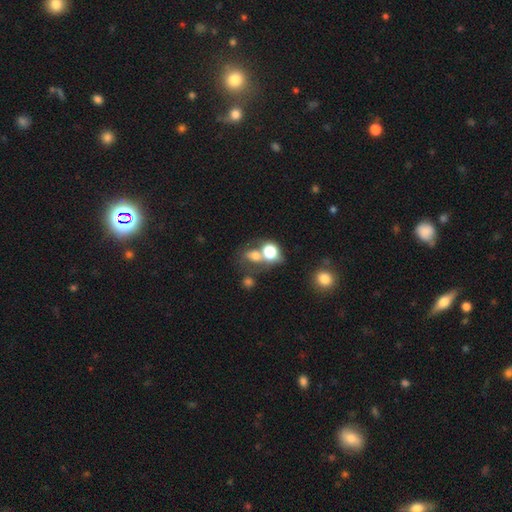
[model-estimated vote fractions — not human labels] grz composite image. It shows a smooth galaxy with no disk features (63%) that is round (54%). Merging: merger (44%).